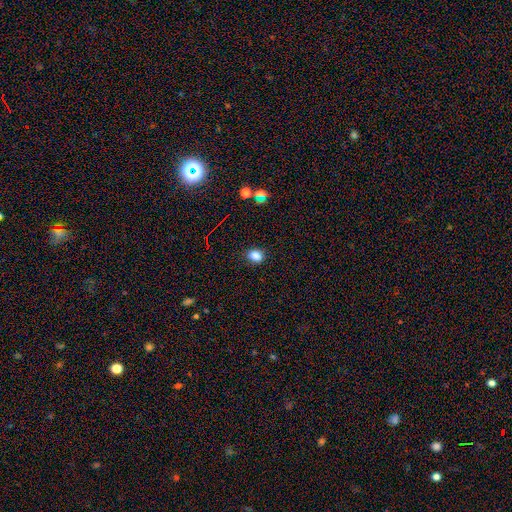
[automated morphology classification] A smooth galaxy with no disk features (83%) that is in between round and cigar-shaped (67%).

Vote fractions:
- Smooth or featured? smooth: 83% / star or artifact: 13% / featured or disk: 4%
- How rounded? in between: 67% / round: 31% / cigar-shaped: 1%
- Merging? none: 85% / minor disturbance: 11% / major disturbance: 3% / merger: 1%